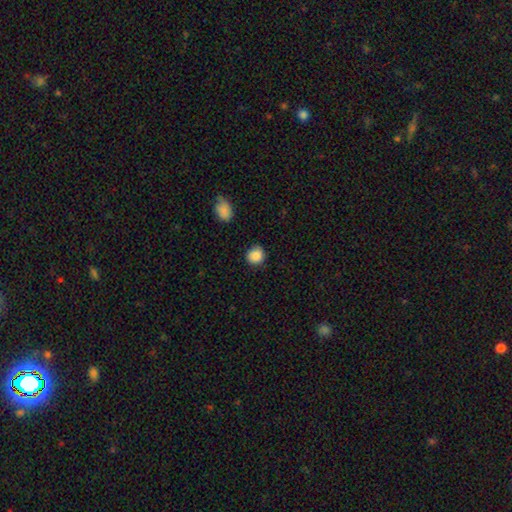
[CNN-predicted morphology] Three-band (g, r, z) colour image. It shows a smooth galaxy with no disk features (88%) that is round (88%). Merging: none (84%).